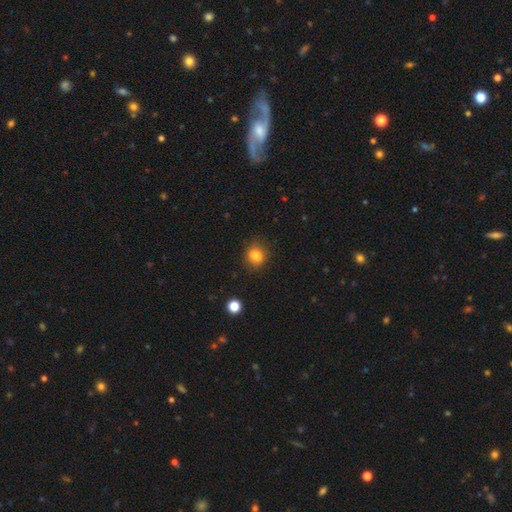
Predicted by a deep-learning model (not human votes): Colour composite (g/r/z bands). It shows a smooth galaxy with no disk features (83%) that is round (80%). Merging: none (87%).